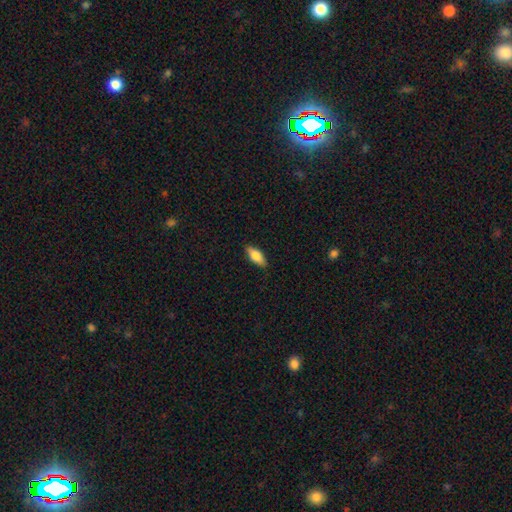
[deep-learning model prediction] This appears to be a smooth galaxy with no disk features (78%) that is in between round and cigar-shaped (82%). Merging: none (87%).